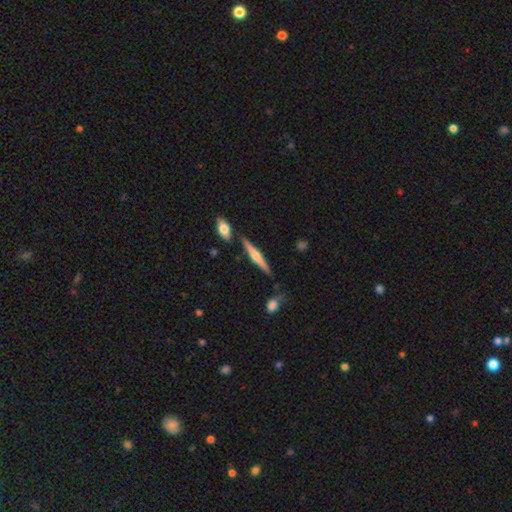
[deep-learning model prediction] featured or disk 63%, smooth 31%, star or artifact 6%. Down the decision tree: edge-on disk — yes (97%); edge-on bulge — rounded (83%); merging — none (81%).